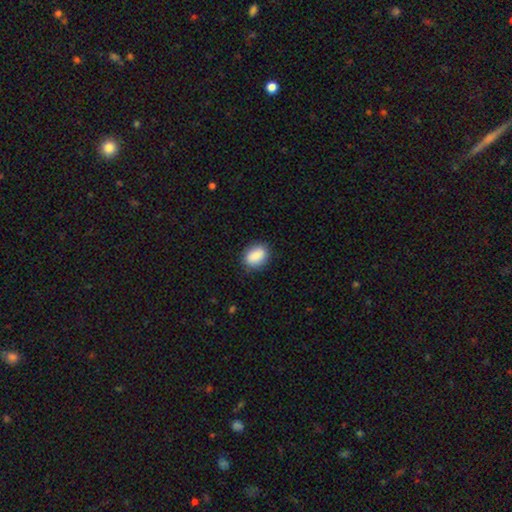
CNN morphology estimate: This is clearly a smooth galaxy (89%). How rounded: likely in between (74%). Merging: clearly none (85%).